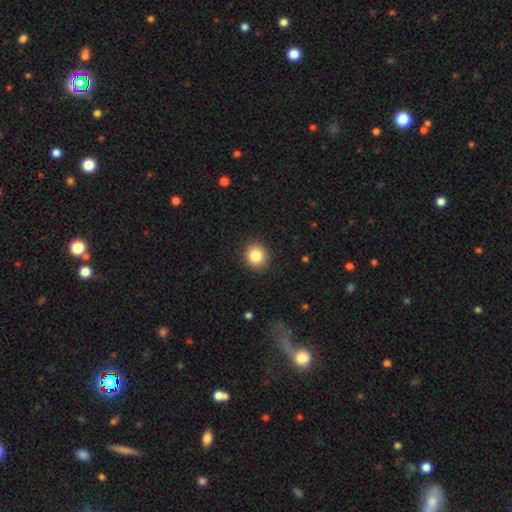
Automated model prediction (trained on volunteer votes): Overall: smooth (85%). How rounded: round (89%). Merging: none (91%).